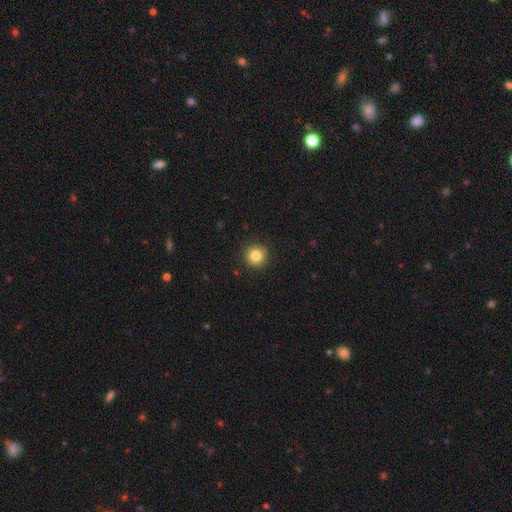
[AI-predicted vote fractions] smooth_or_featured: smooth (p=0.83) [alt: star or artifact p=0.11]
how_rounded: round (p=0.95) [alt: in between p=0.04]
merging: none (p=0.92) [alt: minor disturbance p=0.05]